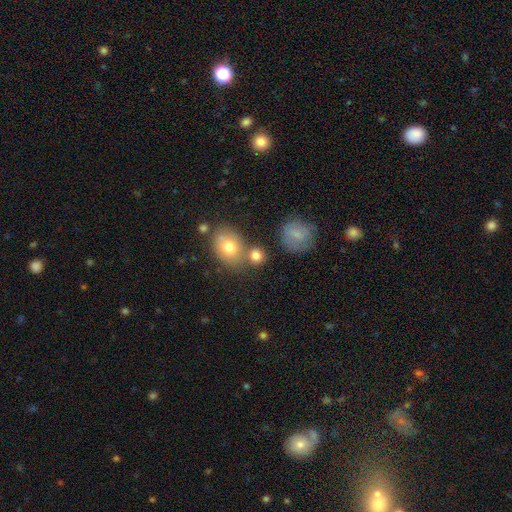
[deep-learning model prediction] Smooth or featured? Predicted: smooth (p=0.78). How rounded? Predicted: round (p=0.67). Merging? Predicted: none (p=0.55).